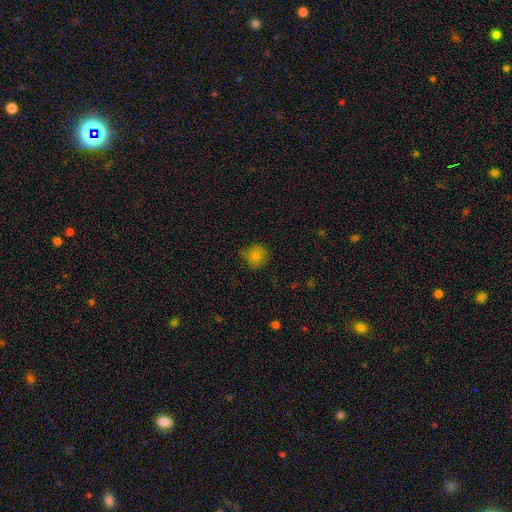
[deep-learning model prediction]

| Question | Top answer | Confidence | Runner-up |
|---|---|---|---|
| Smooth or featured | smooth | 82% | star or artifact (12%) |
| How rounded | round | 90% | in between (9%) |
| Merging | none | 78% | minor disturbance (17%) |